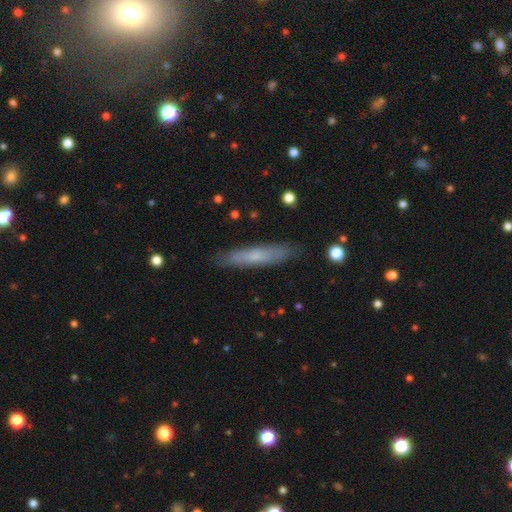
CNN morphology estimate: Q: Smooth or featured?
A: smooth (61%); runner-up: featured or disk (33%)
Q: How rounded?
A: cigar-shaped (89%); runner-up: in between (10%)
Q: Merging?
A: none (86%); runner-up: minor disturbance (10%)